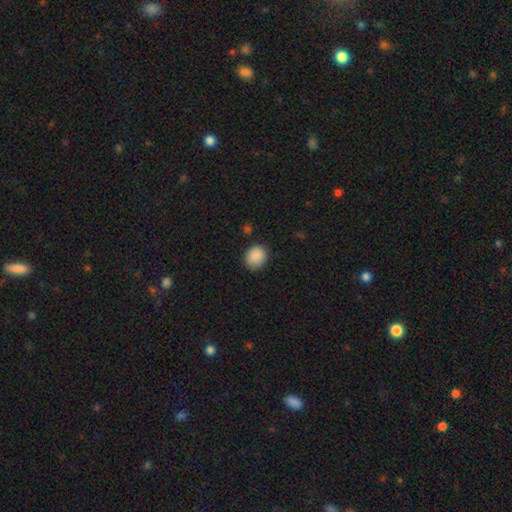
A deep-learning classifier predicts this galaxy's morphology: This appears to be a smooth galaxy with no disk features (88%) that is round (66%). Merging: none (82%).